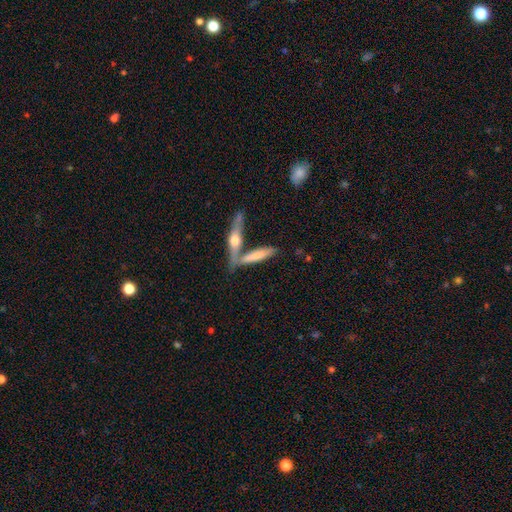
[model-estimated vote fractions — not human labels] smooth_or_featured: smooth (p=0.60) [alt: featured or disk p=0.34]
how_rounded: cigar-shaped (p=0.76) [alt: in between p=0.21]
merging: none (p=0.52) [alt: merger p=0.34]